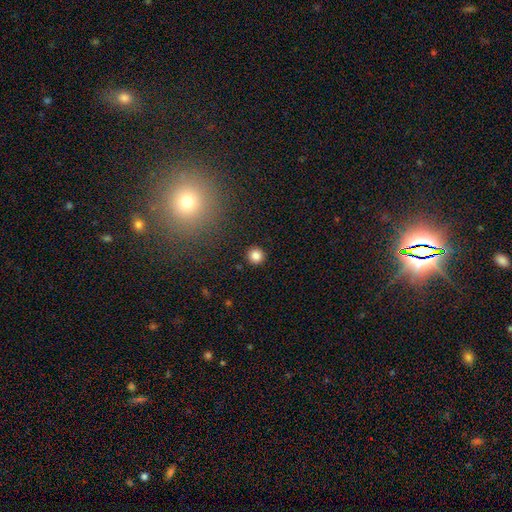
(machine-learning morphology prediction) Smooth or featured: smooth — 83% (star or artifact — 12%)
How rounded: round — 95% (in between — 4%)
Merging: none — 92% (minor disturbance — 5%)